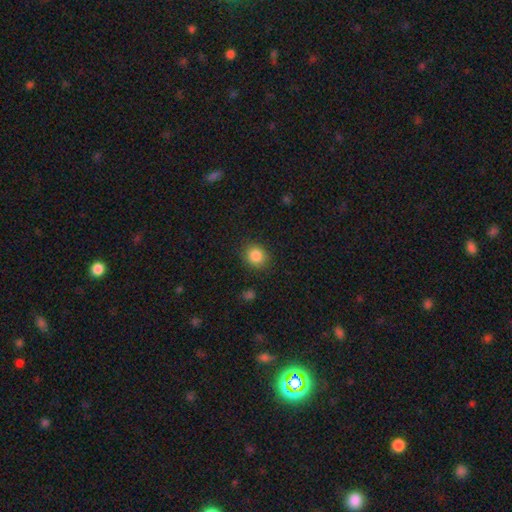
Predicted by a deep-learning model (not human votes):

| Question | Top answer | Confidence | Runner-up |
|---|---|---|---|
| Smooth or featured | smooth | 86% | star or artifact (10%) |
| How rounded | round | 77% | in between (22%) |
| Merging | none | 87% | minor disturbance (9%) |